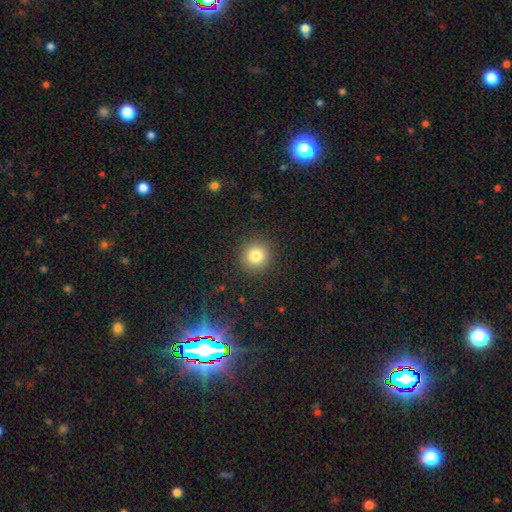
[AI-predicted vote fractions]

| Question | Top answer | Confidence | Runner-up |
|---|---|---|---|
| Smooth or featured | smooth | 81% | star or artifact (12%) |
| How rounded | round | 92% | in between (7%) |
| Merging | none | 90% | minor disturbance (6%) |